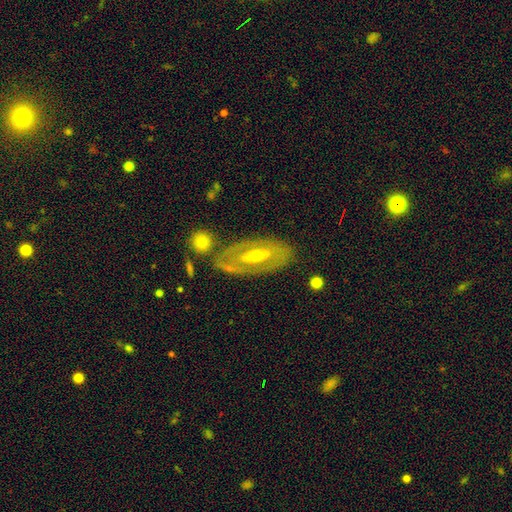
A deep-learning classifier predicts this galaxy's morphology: A featured or disk galaxy (69%) with no bar (46%), no spiral arms (69%) and a moderate central bulge (55%).

Vote fractions:
- Smooth or featured? featured or disk: 69% / smooth: 26% / star or artifact: 5%
- Edge-on disk? no: 87% / yes: 13%
- Bar? no: 46% / strong: 27% / weak: 27%
- Spiral arms? no: 69% / yes: 31%
- Bulge size? moderate: 55% / small: 39% / large: 4% / none: 1% / dominant: 1%
- Merging? none: 72% / minor disturbance: 15% / major disturbance: 7% / merger: 6%